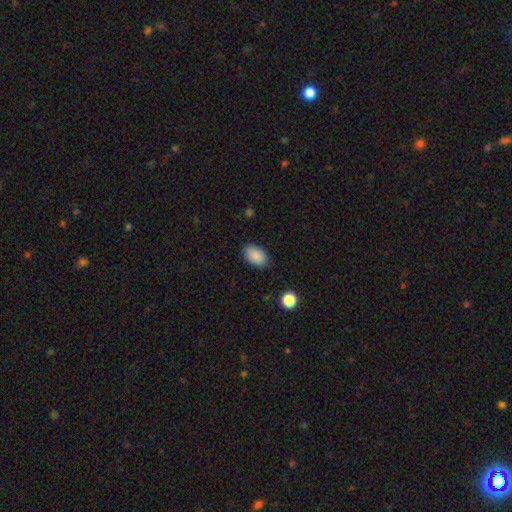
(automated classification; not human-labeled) The model was most divided on "merging": none: 83%, minor disturbance: 13%, major disturbance: 3%, merger: 1%. More confident: how rounded — in between (89%); smooth or featured — smooth (89%).